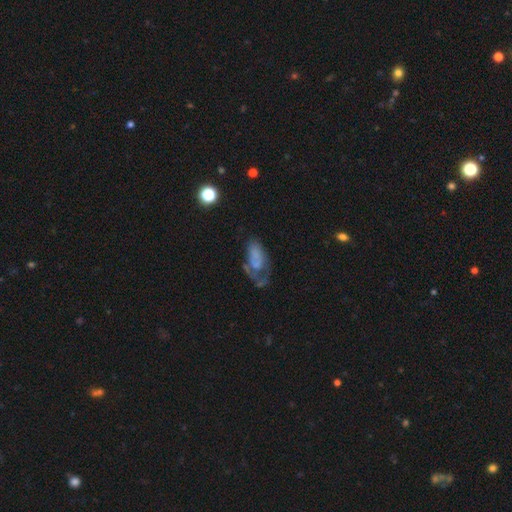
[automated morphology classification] The model was most divided on "smooth or featured": featured or disk: 46%, smooth: 41%, star or artifact: 12%. Remaining: merging — major disturbance (42%).